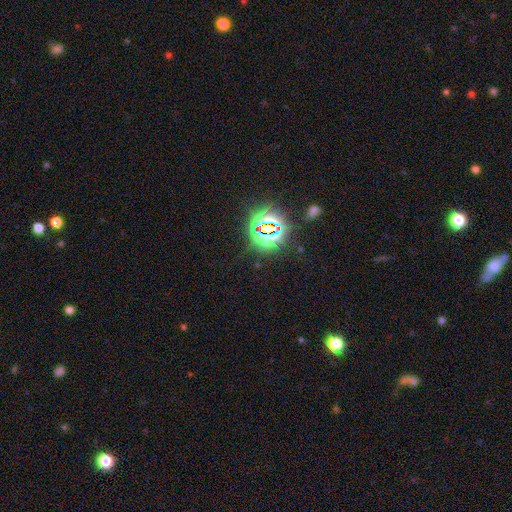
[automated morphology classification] Q: Smooth or featured?
A: star or artifact (80%); runner-up: smooth (14%)